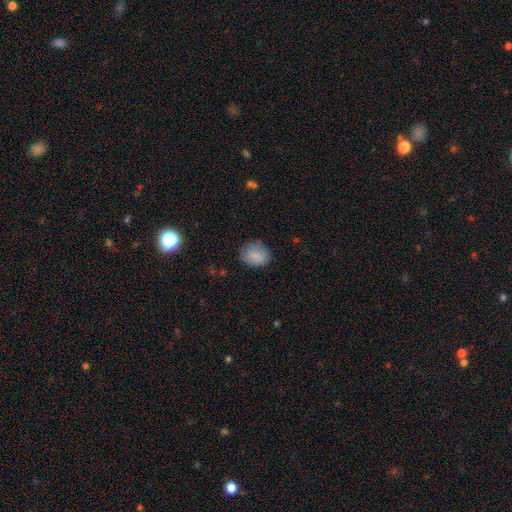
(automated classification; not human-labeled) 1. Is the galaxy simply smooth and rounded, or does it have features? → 82% smooth, 10% featured or disk, 8% star or artifact.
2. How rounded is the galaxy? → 51% in between, 48% round, 1% cigar-shaped.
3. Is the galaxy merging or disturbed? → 74% none, 19% minor disturbance, 5% major disturbance, 1% merger.